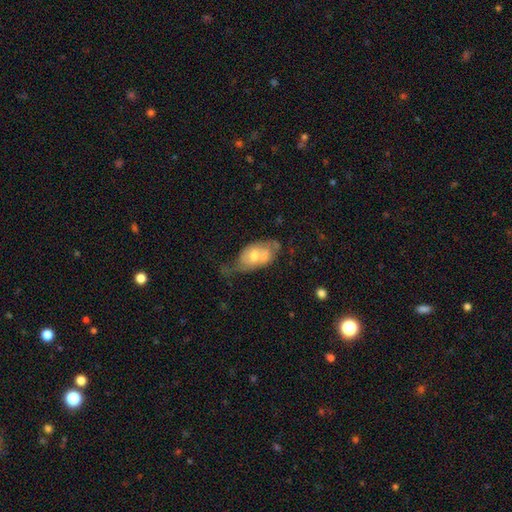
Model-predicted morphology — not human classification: Smooth or featured?
  - featured or disk: 49% *
  - smooth: 44%
  - star or artifact: 7%
Merging?
  - minor disturbance: 27% * (tied)
  - none: 27% * (tied)
  - major disturbance: 25%
  - merger: 22%